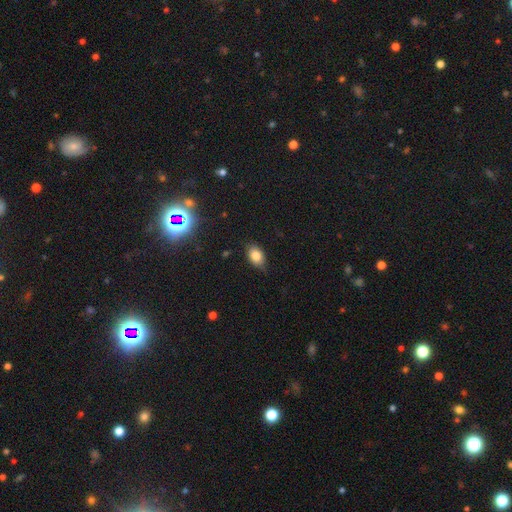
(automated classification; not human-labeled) Smooth or featured? Predicted: smooth (p=0.80). How rounded? Predicted: in between (p=0.83). Merging? Predicted: none (p=0.75).